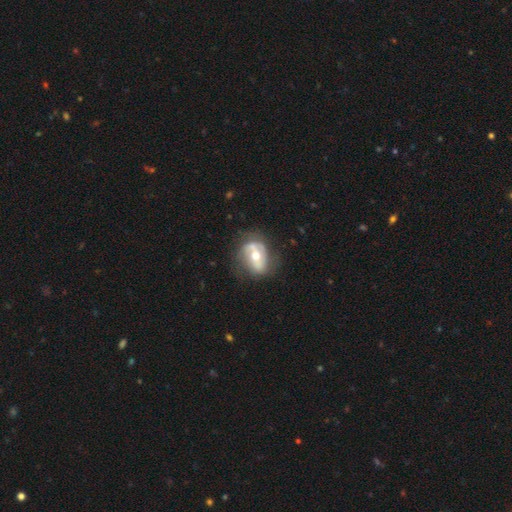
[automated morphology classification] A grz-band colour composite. It shows a featured or disk galaxy (65%) with no bar (37%), spiral arms (63%) and a moderate central bulge (70%). Merging: none (59%).